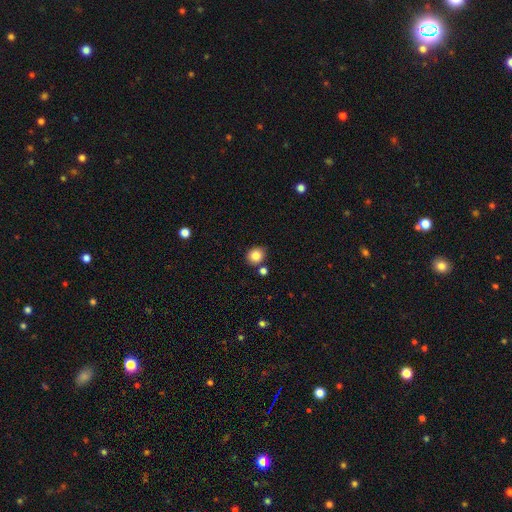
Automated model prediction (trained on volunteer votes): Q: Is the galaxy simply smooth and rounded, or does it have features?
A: smooth — 84%.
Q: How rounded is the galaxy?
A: round — 73%.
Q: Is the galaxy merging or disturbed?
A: none — 77%.